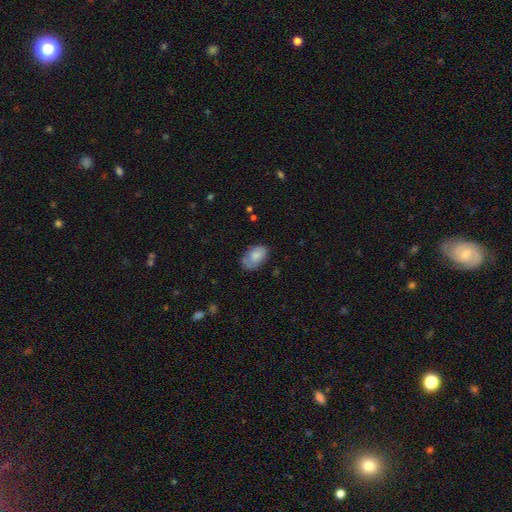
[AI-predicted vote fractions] Smooth or featured: smooth — 77% (featured or disk — 16%)
How rounded: in between — 91% (round — 8%)
Merging: none — 61% (minor disturbance — 28%)